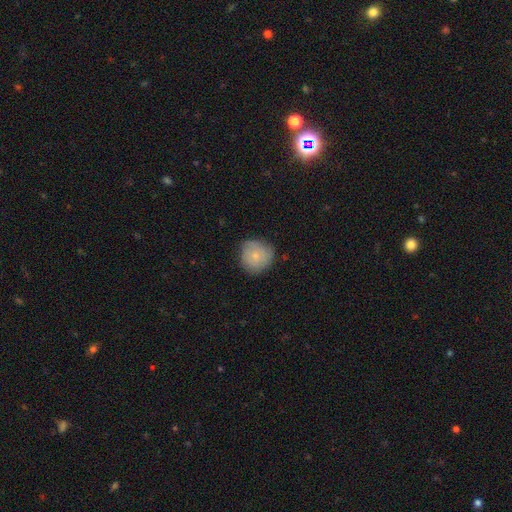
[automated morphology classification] The model was most divided on "merging": none: 72%, minor disturbance: 23%, major disturbance: 4%, merger: 1%. More confident: how rounded — round (91%); smooth or featured — smooth (74%).